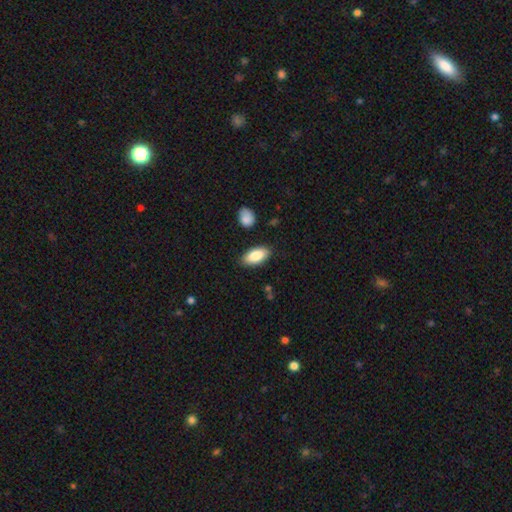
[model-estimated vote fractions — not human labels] A smooth galaxy with no disk features (86%) that is in between round and cigar-shaped (91%). Merging: none (85%).